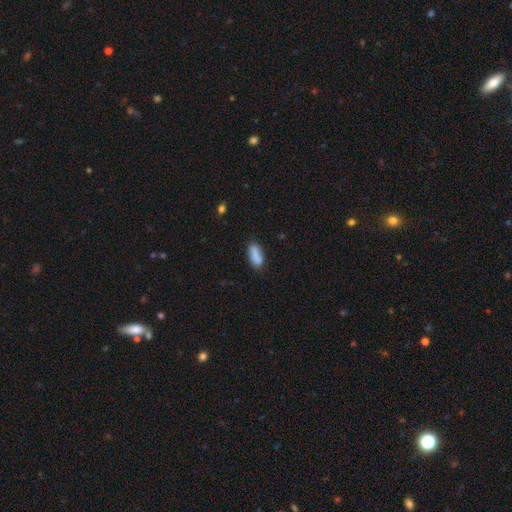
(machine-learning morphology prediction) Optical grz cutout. It shows a smooth galaxy with no disk features (86%) that is in between round and cigar-shaped (80%). Merging: none (76%).